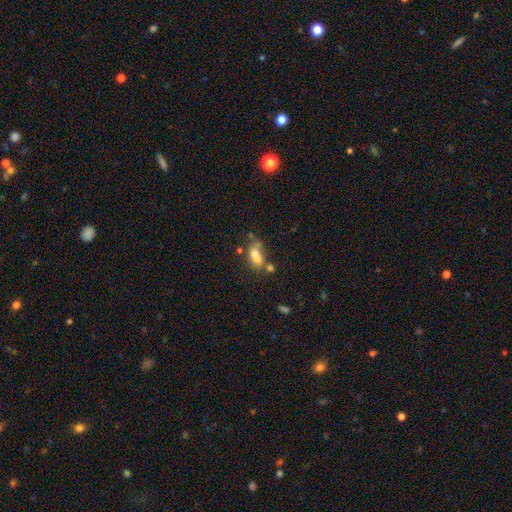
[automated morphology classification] smooth-or-featured: smooth: 63% | featured or disk: 24% | star or artifact: 13%
  how-rounded: in between: 77% | round: 15% | cigar-shaped: 8%
  merging: merger: 41% | none: 31% | minor disturbance: 16% | major disturbance: 12%